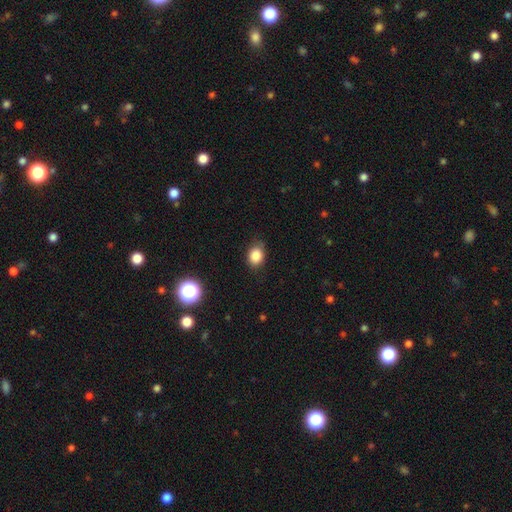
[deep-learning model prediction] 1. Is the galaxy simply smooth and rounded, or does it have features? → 85% smooth, 10% star or artifact, 5% featured or disk.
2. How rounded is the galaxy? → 50% in between, 49% round, 1% cigar-shaped.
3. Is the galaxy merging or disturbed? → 76% none, 19% minor disturbance, 4% major disturbance, 1% merger.